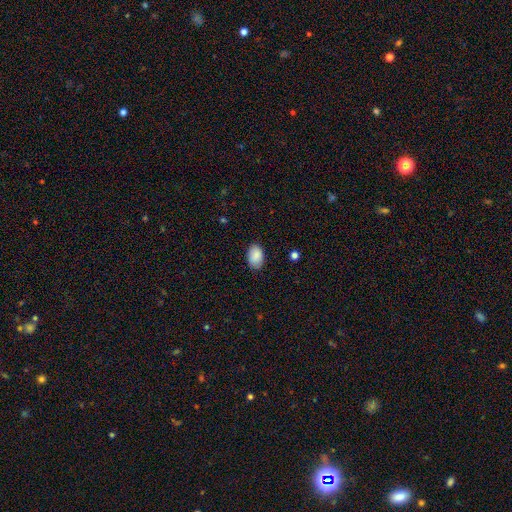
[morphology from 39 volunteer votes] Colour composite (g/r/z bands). It shows a smooth galaxy with no disk features (90%) that is in between round and cigar-shaped (80%). Merging: none (95%).